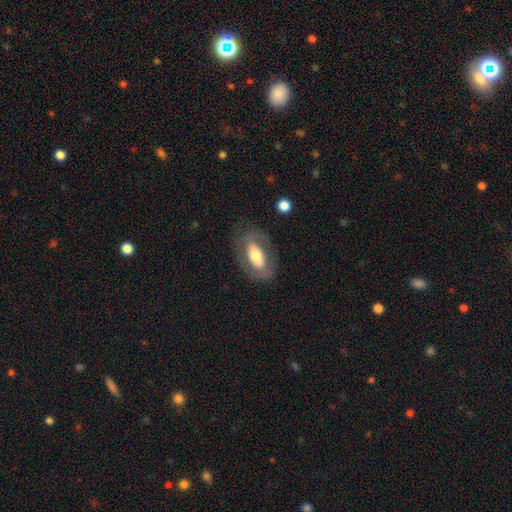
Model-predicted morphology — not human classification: Smooth or featured?
  - featured or disk: 51% *
  - smooth: 43%
  - star or artifact: 6%
Edge-on disk?
  - no: 88% *
  - yes: 12%
Merging?
  - none: 76% *
  - minor disturbance: 14%
  - major disturbance: 9%
  - merger: 2%